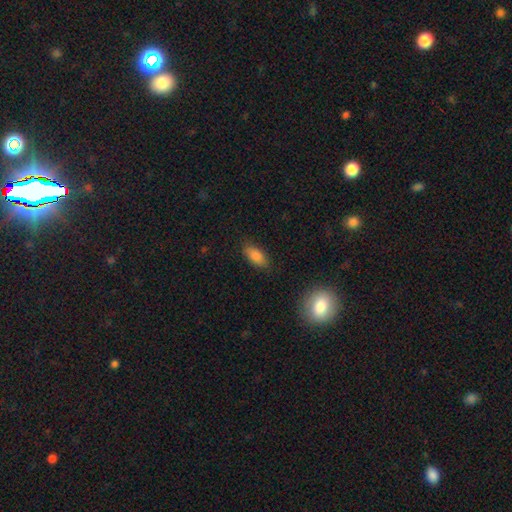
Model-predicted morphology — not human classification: A smooth galaxy with no disk features (84%) that is in between round and cigar-shaped (87%).

Vote fractions:
- Smooth or featured? smooth: 84% / star or artifact: 9% / featured or disk: 6%
- How rounded? in between: 87% / cigar-shaped: 10% / round: 3%
- Merging? none: 84% / minor disturbance: 12% / major disturbance: 3% / merger: 1%